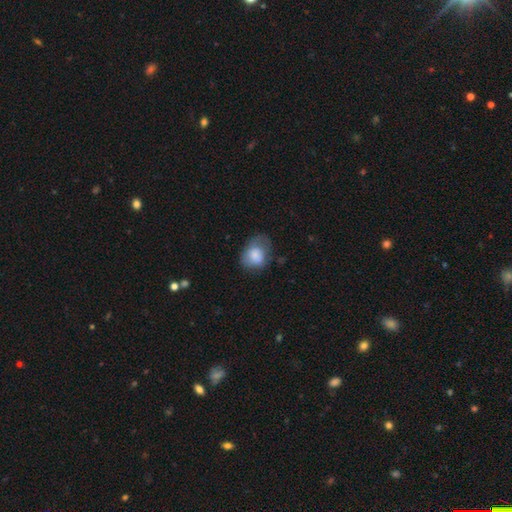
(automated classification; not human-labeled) smooth 76%, featured or disk 16%, star or artifact 8%. Down the decision tree: how rounded — in between (63%); merging — none (40%).